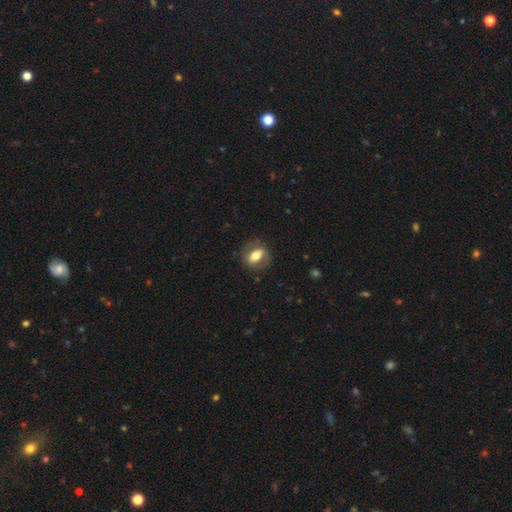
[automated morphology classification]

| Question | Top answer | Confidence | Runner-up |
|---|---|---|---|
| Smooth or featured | smooth | 57% | featured or disk (36%) |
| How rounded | in between | 69% | round (28%) |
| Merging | none | 76% | minor disturbance (15%) |